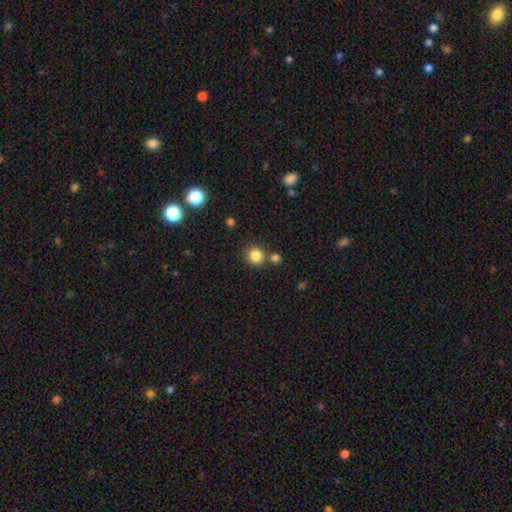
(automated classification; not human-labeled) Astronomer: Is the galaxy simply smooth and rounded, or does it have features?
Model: smooth — 83%.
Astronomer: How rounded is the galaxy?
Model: round — 90%.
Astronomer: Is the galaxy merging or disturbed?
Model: none — 75%.